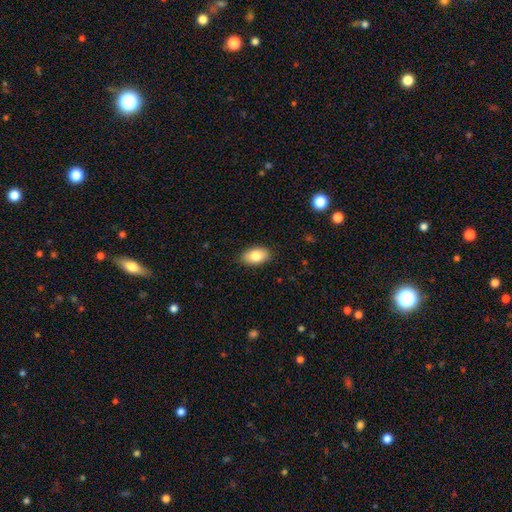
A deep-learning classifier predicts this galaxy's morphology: A smooth galaxy with no disk features (83%) that is in between round and cigar-shaped (92%).

Vote fractions:
- Smooth or featured? smooth: 83% / featured or disk: 10% / star or artifact: 7%
- How rounded? in between: 92% / round: 6% / cigar-shaped: 2%
- Merging? none: 87% / minor disturbance: 10% / major disturbance: 2% / merger: 1%